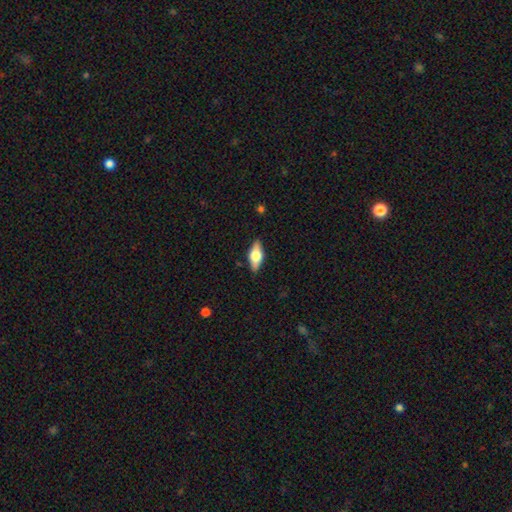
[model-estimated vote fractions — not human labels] This appears to be a featured or disk galaxy (48%). Merging: none (86%).